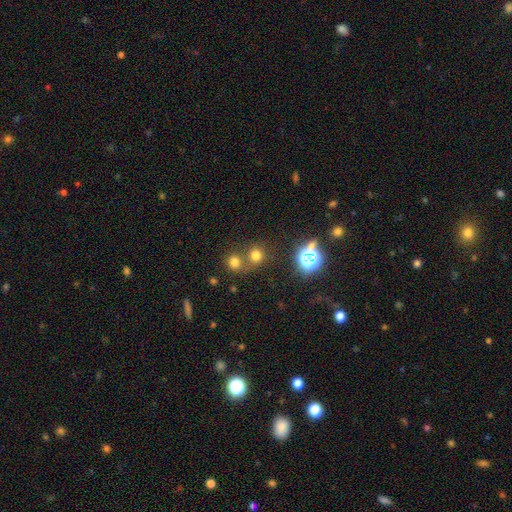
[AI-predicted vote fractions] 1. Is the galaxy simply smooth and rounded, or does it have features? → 65% smooth, 26% star or artifact, 8% featured or disk.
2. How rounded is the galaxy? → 86% round, 13% in between, 1% cigar-shaped.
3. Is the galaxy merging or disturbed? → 55% none, 34% merger, 7% minor disturbance, 4% major disturbance.